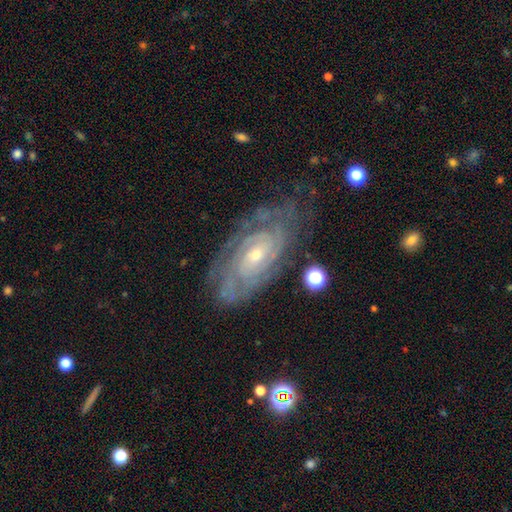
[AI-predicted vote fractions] A featured or disk galaxy (84%) with no bar (68%), tight (77%) spiral arms (94%) and a small central bulge (68%).

Vote fractions:
- Smooth or featured? featured or disk: 84% / smooth: 9% / star or artifact: 7%
- Edge-on disk? no: 93% / yes: 7%
- Bar? no: 68% / weak: 25% / strong: 7%
- Spiral arms? yes: 94% / no: 6%
- Spiral winding? tight: 77% / medium: 19% / loose: 4%
- Spiral arm count? can't tell: 45% / 2: 18% / 3: 13% / 4: 12% / more than 4: 7% / 1: 5%
- Bulge size? small: 68% / moderate: 28% / large: 1% / none: 1% / dominant: 1%
- Merging? none: 70% / minor disturbance: 20% / major disturbance: 8% / merger: 2%